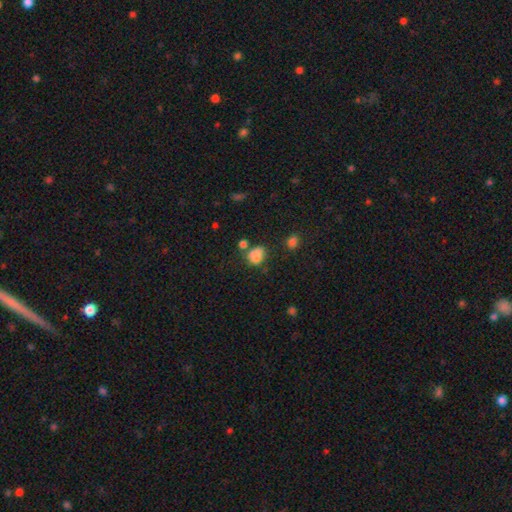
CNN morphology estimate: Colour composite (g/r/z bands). It shows a smooth galaxy with no disk features (80%) that is in between round and cigar-shaped (60%). Merging: none (45%).